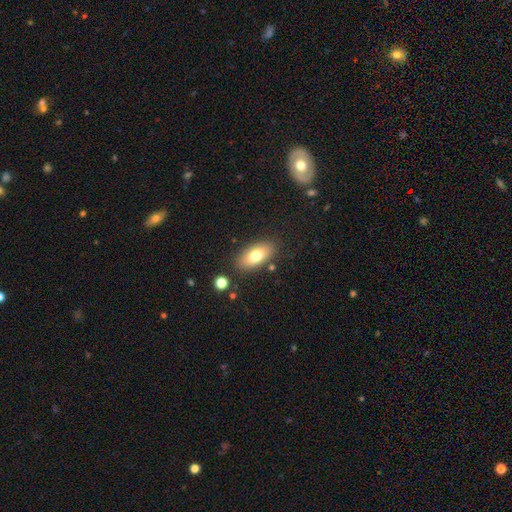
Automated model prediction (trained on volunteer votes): A smooth galaxy with no disk features (74%) that is in between round and cigar-shaped (89%).

Vote fractions:
- Smooth or featured? smooth: 74% / featured or disk: 18% / star or artifact: 8%
- How rounded? in between: 89% / cigar-shaped: 7% / round: 4%
- Merging? none: 84% / minor disturbance: 10% / major disturbance: 3% / merger: 3%